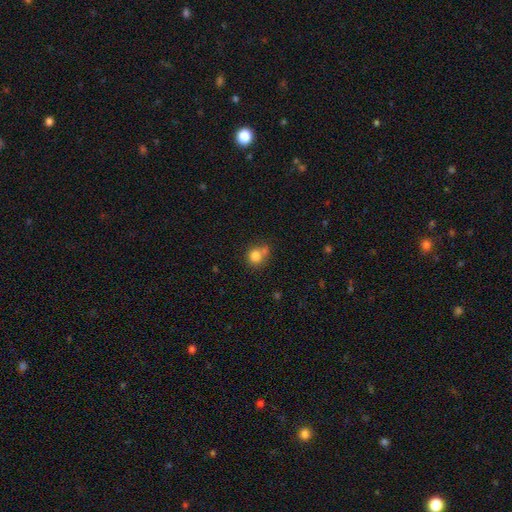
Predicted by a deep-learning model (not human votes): Q: Smooth or featured?
A: smooth (81%); runner-up: star or artifact (11%)
Q: How rounded?
A: round (80%); runner-up: in between (19%)
Q: Merging?
A: none (50%); runner-up: merger (25%)